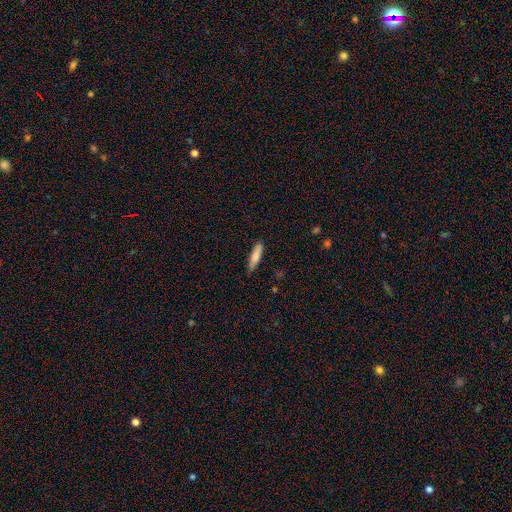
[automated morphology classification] smooth 79%, featured or disk 15%, star or artifact 6%. Down the decision tree: how rounded — cigar-shaped (80%); merging — none (79%).